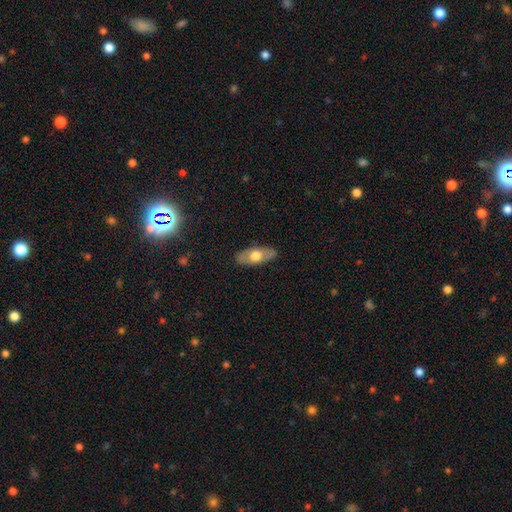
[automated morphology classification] Smooth or featured? Predicted: smooth (p=0.56). How rounded? Predicted: in between (p=0.85). Merging? Predicted: none (p=0.85).